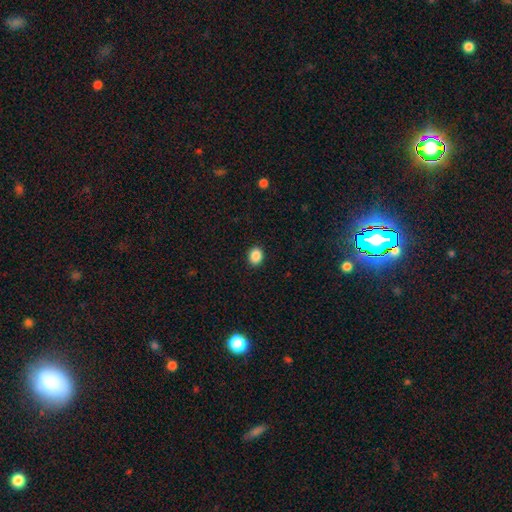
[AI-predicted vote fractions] Overall: smooth (88%). How rounded: round (53%; in between 46%). Merging: none (91%).